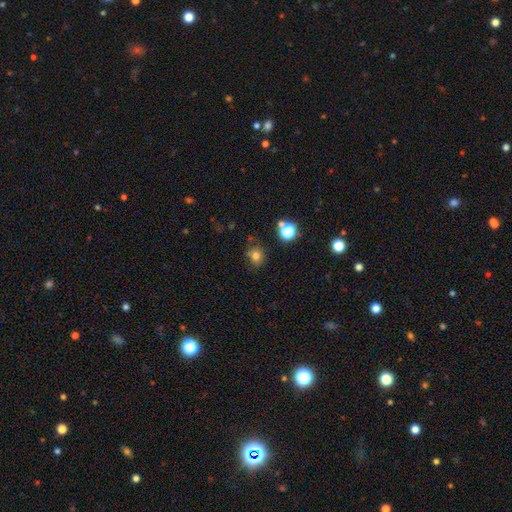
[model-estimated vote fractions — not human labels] Smooth or featured? smooth (74%)
How rounded? round (71%)
Merging? none (73%)